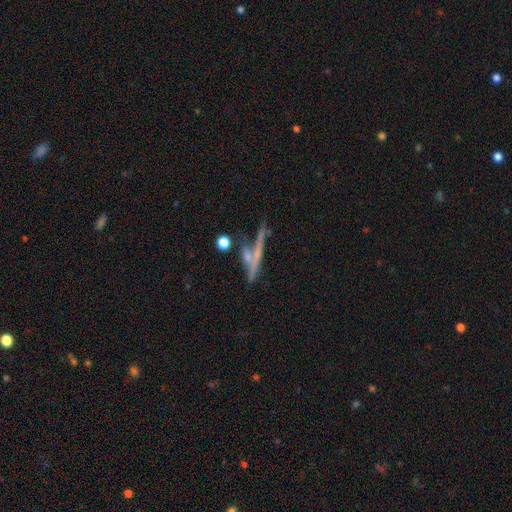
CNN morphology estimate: Smooth or featured? featured or disk (53%)
Edge-on disk? yes (67%)
Merging? none (38%)